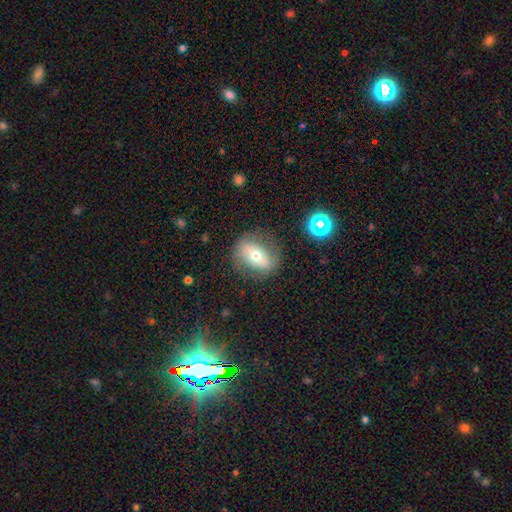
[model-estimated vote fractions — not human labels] Smooth or featured? Predicted: smooth (p=0.48). Merging? Predicted: none (p=0.78).